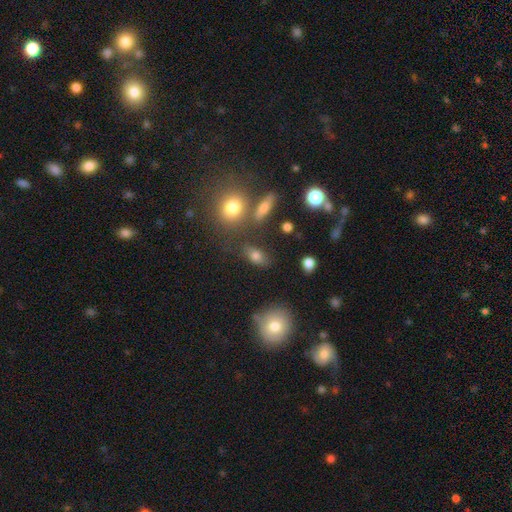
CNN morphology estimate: Q: Smooth or featured?
A: smooth (74%); runner-up: featured or disk (13%)
Q: How rounded?
A: in between (79%); runner-up: round (13%)
Q: Merging?
A: none (73%); runner-up: minor disturbance (14%)